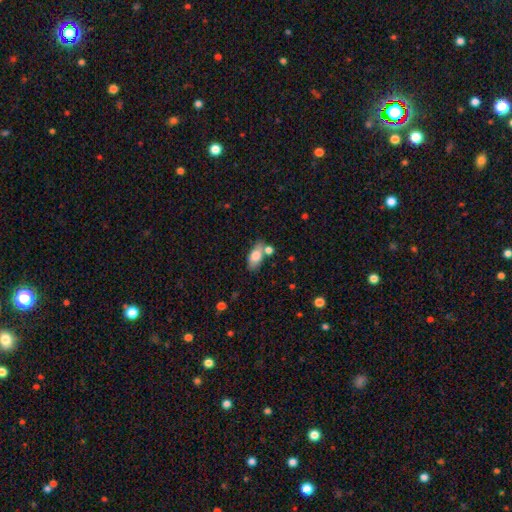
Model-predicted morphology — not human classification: smooth-or-featured: smooth: 74% | featured or disk: 18% | star or artifact: 7%
  how-rounded: in between: 87% | cigar-shaped: 8% | round: 5%
  merging: none: 63% | merger: 17% | minor disturbance: 16% | major disturbance: 4%